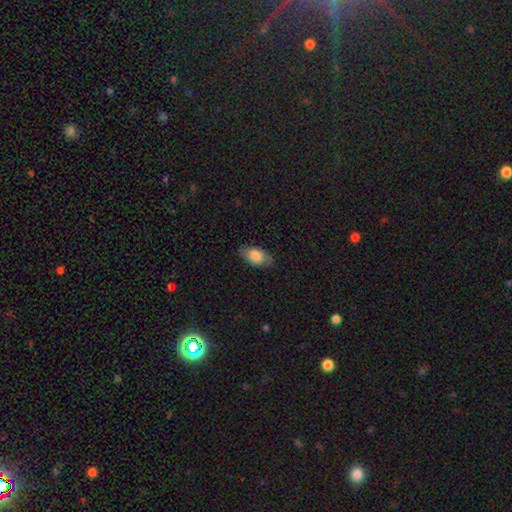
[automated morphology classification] type=smooth (78%); roundness=in between (91%); merging=none (81%).